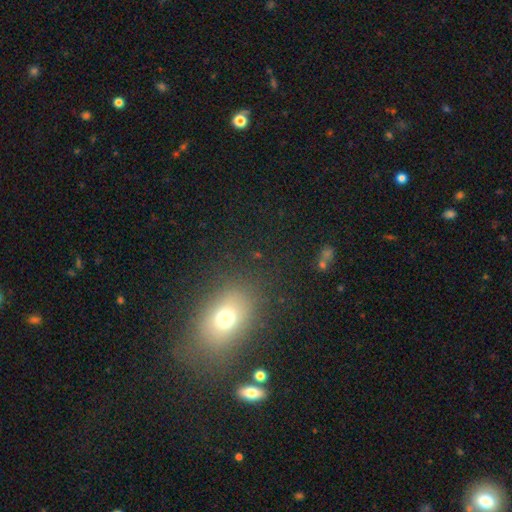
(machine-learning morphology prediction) Q: Smooth or featured?
A: smooth (64%); runner-up: star or artifact (23%)
Q: How rounded?
A: in between (67%); runner-up: round (30%)
Q: Merging?
A: none (81%); runner-up: minor disturbance (11%)